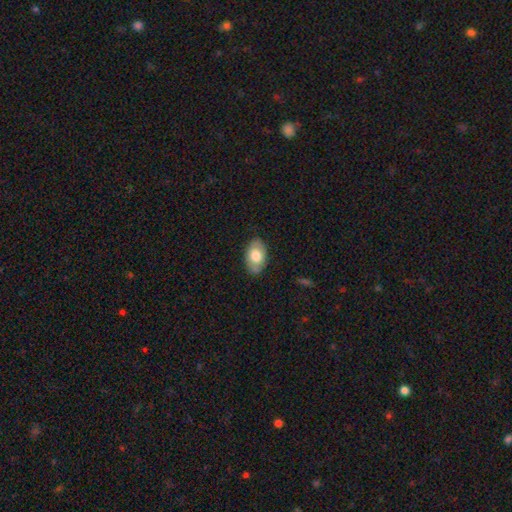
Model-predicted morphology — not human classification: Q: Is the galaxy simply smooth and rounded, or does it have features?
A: smooth — 69%.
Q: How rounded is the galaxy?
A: in between — 92%.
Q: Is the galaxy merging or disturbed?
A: none — 80%.